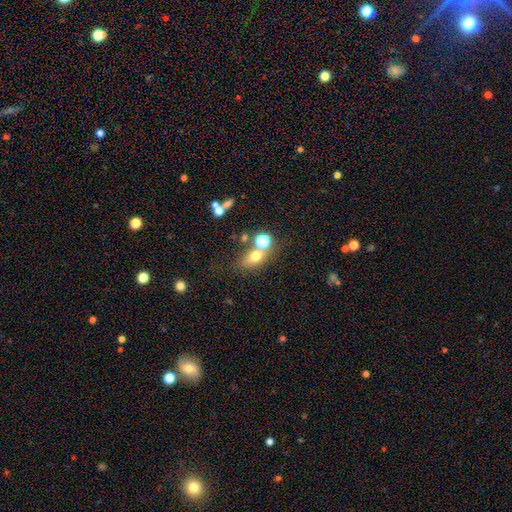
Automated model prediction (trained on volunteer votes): A smooth galaxy with no disk features (66%) that is in between round and cigar-shaped (61%). Merging: none (54%).